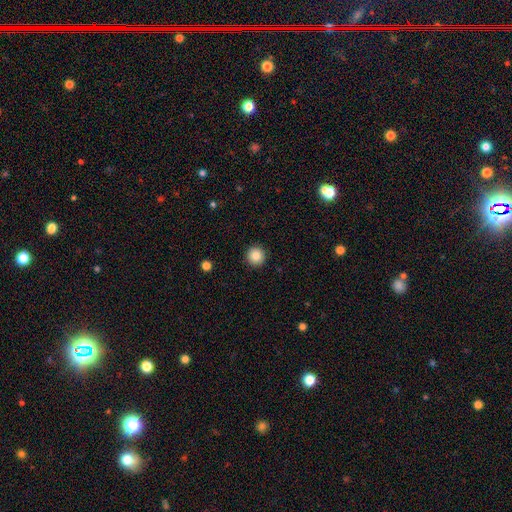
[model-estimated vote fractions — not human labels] Smooth or featured: smooth — 86% (star or artifact — 10%)
How rounded: round — 95% (in between — 4%)
Merging: none — 92% (minor disturbance — 5%)